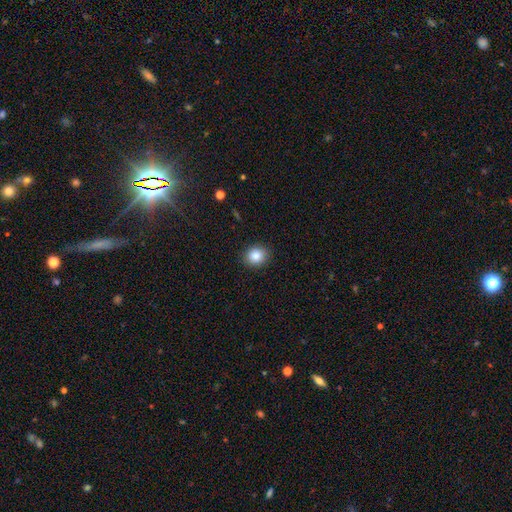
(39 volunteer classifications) This is clearly a smooth galaxy (97%). How rounded: clearly round (92%). Merging: clearly none (97%).